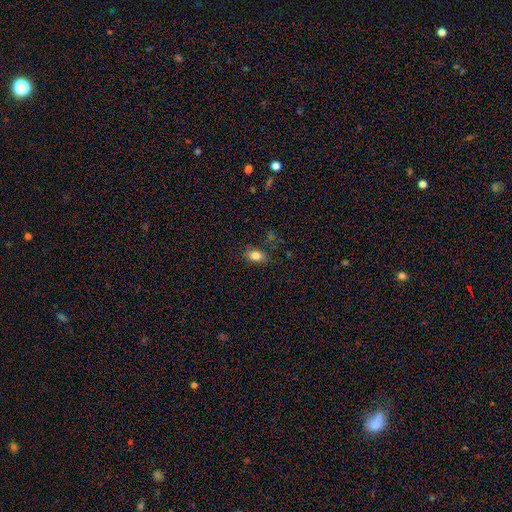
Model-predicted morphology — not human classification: smooth 82%, star or artifact 9%, featured or disk 8%. Down the decision tree: how rounded — in between (84%); merging — none (78%).